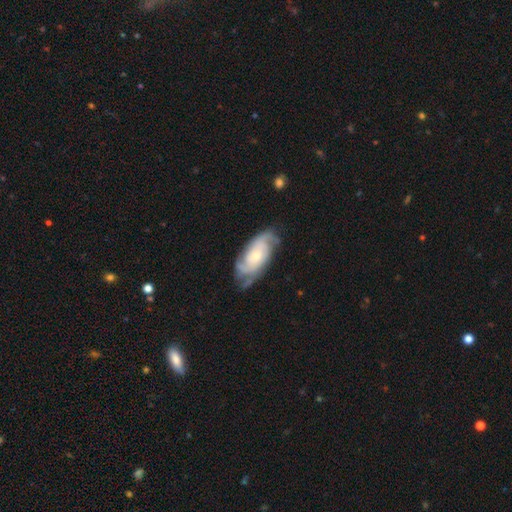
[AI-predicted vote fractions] A featured or disk galaxy (83%) with no bar (72%), 2 (33%) tight (53%) spiral arms (96%) and a small central bulge (56%).

Vote fractions:
- Smooth or featured? featured or disk: 83% / smooth: 12% / star or artifact: 5%
- Edge-on disk? no: 95% / yes: 5%
- Bar? no: 72% / weak: 23% / strong: 5%
- Spiral arms? yes: 96% / no: 4%
- Spiral winding? tight: 53% / medium: 36% / loose: 11%
- Spiral arm count? 2: 33% / 3: 26% / can't tell: 23% / 4: 10% / 1: 4% / more than 4: 4%
- Bulge size? small: 56% / moderate: 38% / large: 3% / none: 2% / dominant: 1%
- Merging? none: 69% / minor disturbance: 22% / major disturbance: 8% / merger: 2%